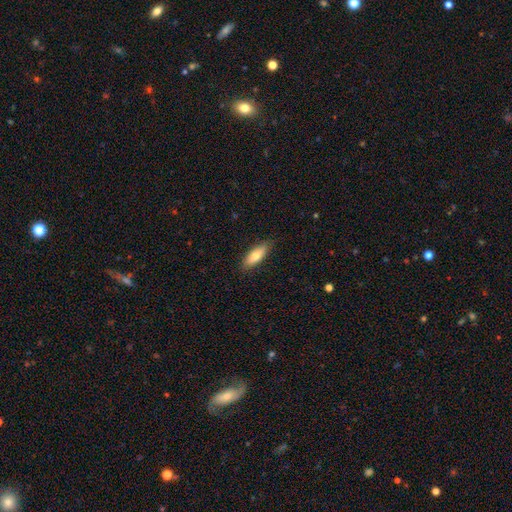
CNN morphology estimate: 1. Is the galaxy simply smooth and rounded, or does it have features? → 76% smooth, 18% featured or disk, 6% star or artifact.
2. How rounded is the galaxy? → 61% in between, 37% cigar-shaped, 2% round.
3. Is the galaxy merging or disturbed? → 85% none, 12% minor disturbance, 2% major disturbance, 1% merger.